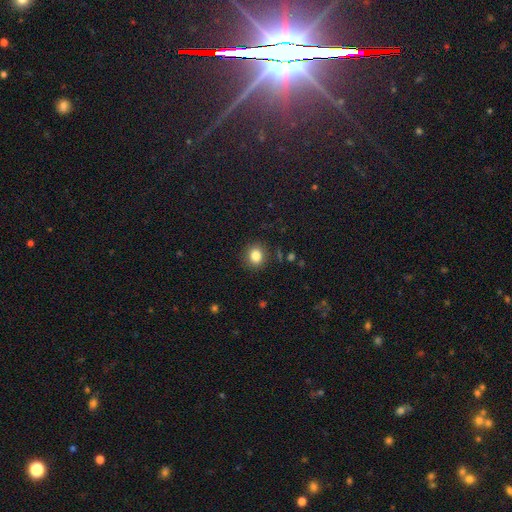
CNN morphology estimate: Smooth or featured? smooth (83%)
How rounded? round (77%)
Merging? none (88%)